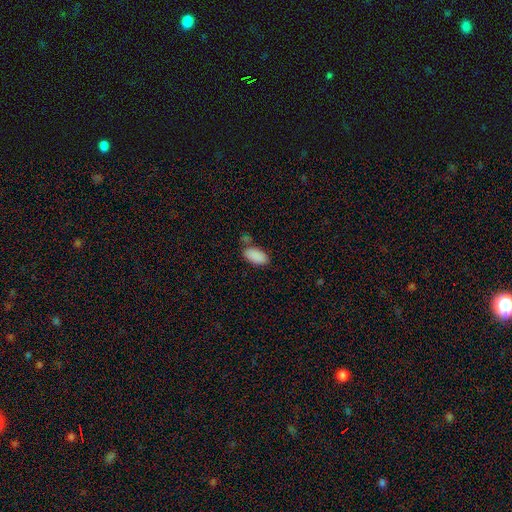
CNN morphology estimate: smooth-or-featured: smooth: 89% | star or artifact: 7% | featured or disk: 4%
  how-rounded: in between: 94% | cigar-shaped: 3% | round: 2%
  merging: none: 67% | minor disturbance: 16% | merger: 13% | major disturbance: 5%